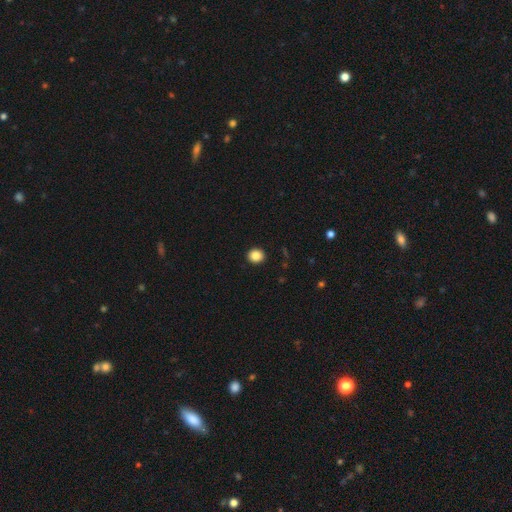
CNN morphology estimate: Q: Smooth or featured?
A: smooth (86%); runner-up: star or artifact (10%)
Q: How rounded?
A: round (84%); runner-up: in between (15%)
Q: Merging?
A: none (93%); runner-up: minor disturbance (5%)